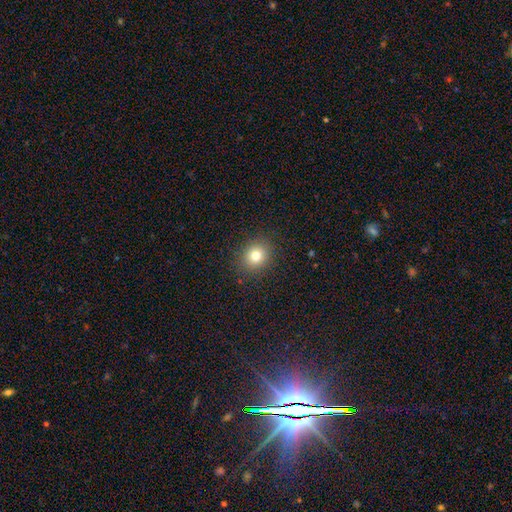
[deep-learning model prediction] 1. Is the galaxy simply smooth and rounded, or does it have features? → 79% smooth, 13% star or artifact, 8% featured or disk.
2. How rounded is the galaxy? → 75% round, 24% in between, 1% cigar-shaped.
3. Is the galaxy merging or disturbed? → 89% none, 7% minor disturbance, 3% major disturbance, 1% merger.